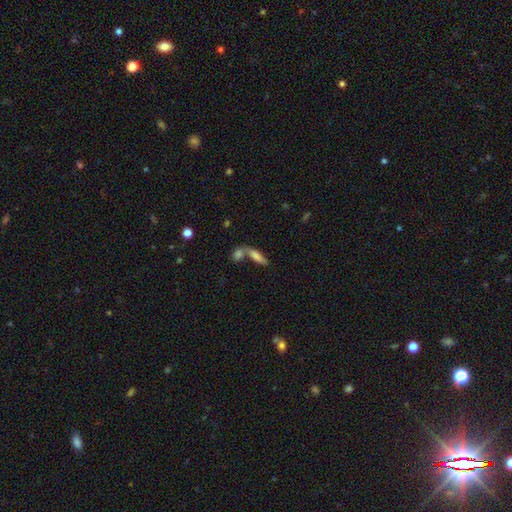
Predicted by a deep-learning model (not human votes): Smooth or featured? Predicted: smooth (p=0.67). How rounded? Predicted: cigar-shaped (p=0.54). Merging? Predicted: merger (p=0.47).